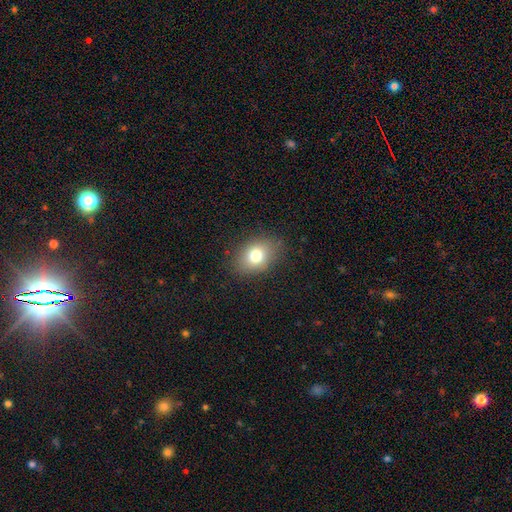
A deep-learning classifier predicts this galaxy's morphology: A smooth galaxy with no disk features (77%) that is in between round and cigar-shaped (71%).

Vote fractions:
- Smooth or featured? smooth: 77% / featured or disk: 12% / star or artifact: 11%
- How rounded? in between: 71% / round: 28% / cigar-shaped: 1%
- Merging? none: 83% / minor disturbance: 13% / major disturbance: 4% / merger: 1%